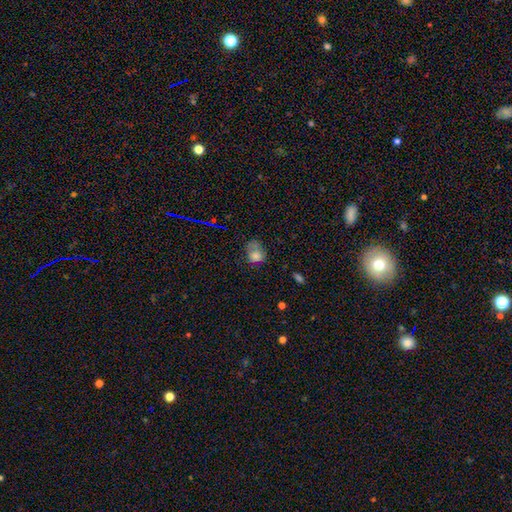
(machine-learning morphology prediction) Smooth or featured?
  - smooth: 74% *
  - star or artifact: 13%
  - featured or disk: 12%
How rounded?
  - in between: 51% *
  - round: 48%
  - cigar-shaped: 1%
Merging?
  - none: 33% *
  - minor disturbance: 32%
  - major disturbance: 28%
  - merger: 7%